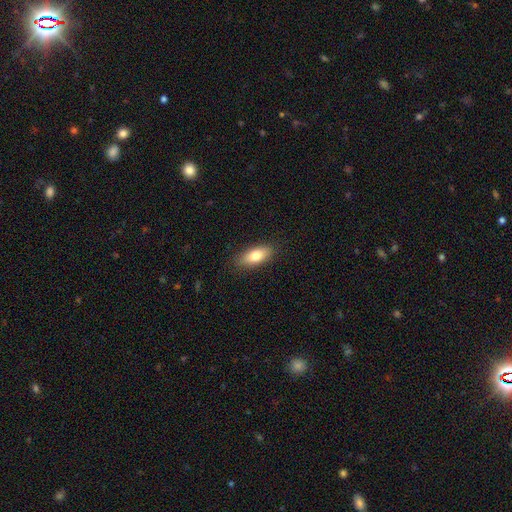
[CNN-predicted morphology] smooth-or-featured: smooth: 78% | featured or disk: 16% | star or artifact: 7%
  how-rounded: in between: 80% | cigar-shaped: 16% | round: 4%
  merging: none: 87% | minor disturbance: 10% | major disturbance: 2% | merger: 1%